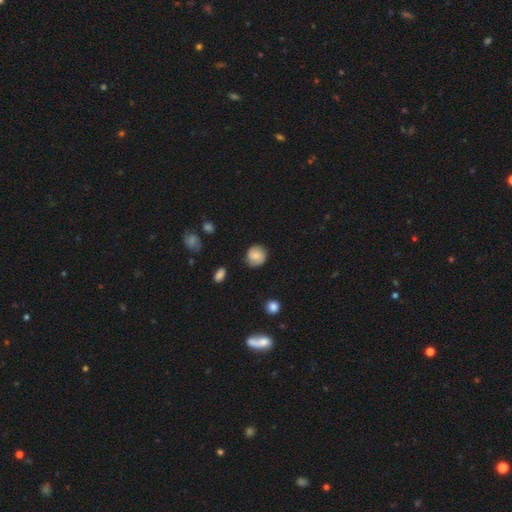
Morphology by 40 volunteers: Smooth or featured? 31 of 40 (78%) said smooth. How rounded? 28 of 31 (90%) said round. Merging? 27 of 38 (71%) said none.